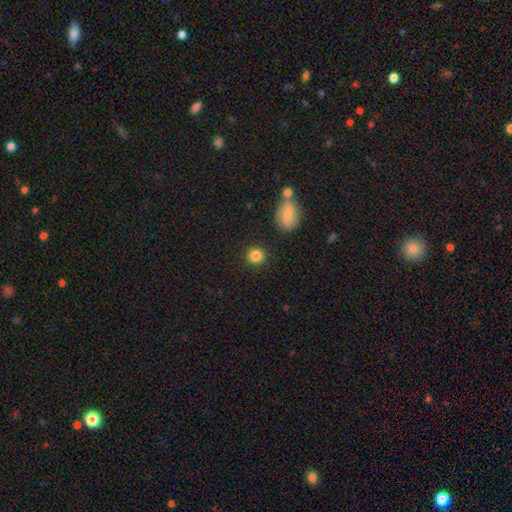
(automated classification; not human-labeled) Overall: smooth (85%). How rounded: round (88%). Merging: none (88%).